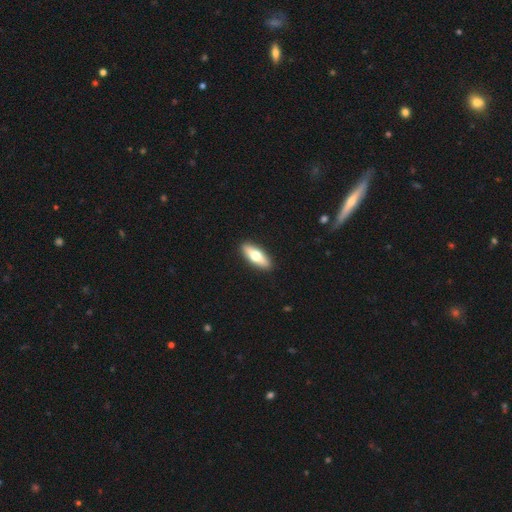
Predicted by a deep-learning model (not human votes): Smooth or featured: smooth — 60% (featured or disk — 35%)
How rounded: in between — 55% (cigar-shaped — 42%)
Merging: none — 91% (minor disturbance — 6%)